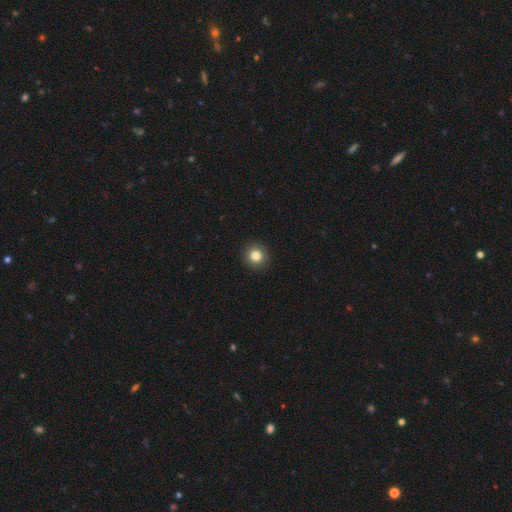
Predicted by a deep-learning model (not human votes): A smooth galaxy with no disk features (83%) that is round (93%).

Vote fractions:
- Smooth or featured? smooth: 83% / star or artifact: 11% / featured or disk: 6%
- How rounded? round: 93% / in between: 6% / cigar-shaped: 1%
- Merging? none: 93% / minor disturbance: 5% / major disturbance: 2% / merger: 1%